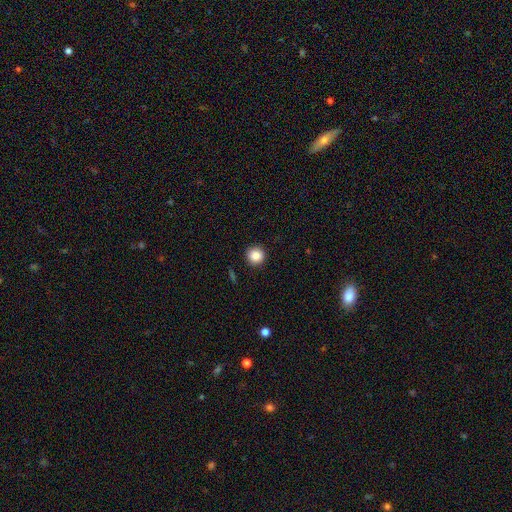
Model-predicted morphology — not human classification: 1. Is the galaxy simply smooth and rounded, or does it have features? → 86% smooth, 10% star or artifact, 4% featured or disk.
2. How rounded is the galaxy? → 95% round, 4% in between, 1% cigar-shaped.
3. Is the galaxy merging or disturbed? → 92% none, 5% minor disturbance, 2% major disturbance, 1% merger.